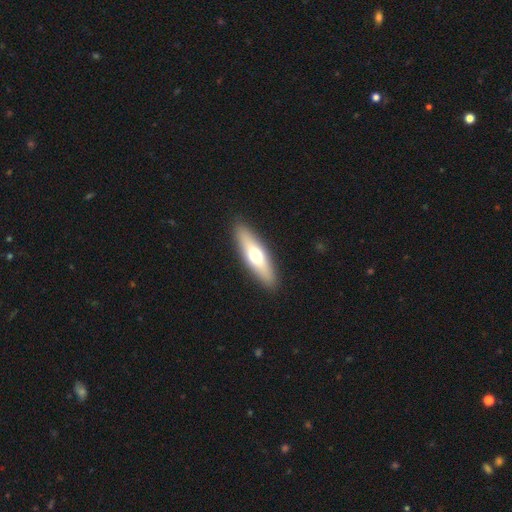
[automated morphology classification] Smooth or featured?
  - smooth: 55% *
  - featured or disk: 39%
  - star or artifact: 6%
How rounded?
  - cigar-shaped: 63% *
  - in between: 35%
  - round: 2%
Merging?
  - none: 90% *
  - minor disturbance: 7%
  - major disturbance: 2%
  - merger: 1%